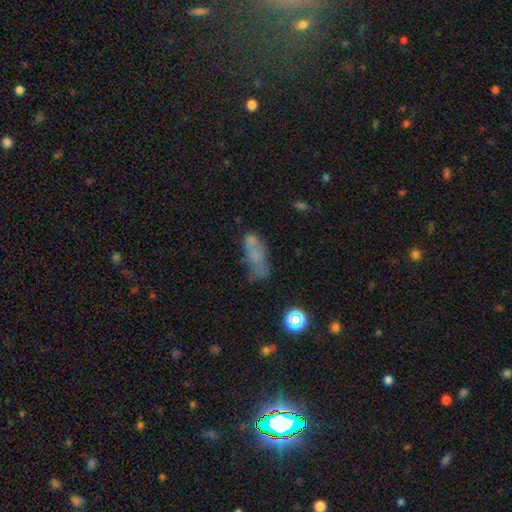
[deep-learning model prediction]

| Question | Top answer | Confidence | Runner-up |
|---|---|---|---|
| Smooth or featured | smooth | 58% | featured or disk (25%) |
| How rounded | in between | 67% | cigar-shaped (28%) |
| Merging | none | 38% | minor disturbance (24%) |